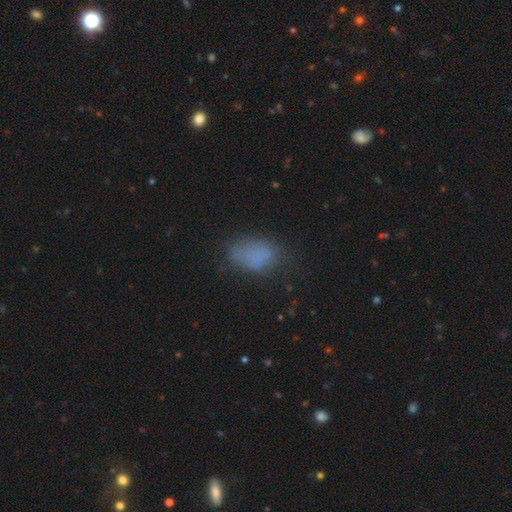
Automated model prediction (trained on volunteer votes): smooth 74%, star or artifact 14%, featured or disk 12%. Down the decision tree: how rounded — in between (87%); merging — none (56%).